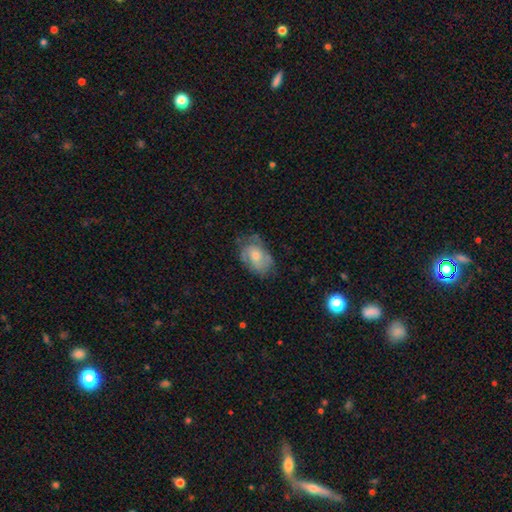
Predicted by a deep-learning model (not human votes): Smooth or featured? Predicted: featured or disk (p=0.56). Edge-on disk? Predicted: no (p=0.96). Bar? Predicted: no (p=0.75). Spiral arms? Predicted: yes (p=0.76). Bulge size? Predicted: moderate (p=0.56). Merging? Predicted: none (p=0.61).